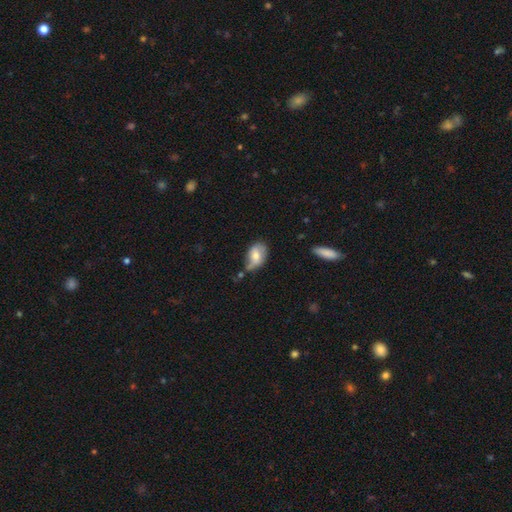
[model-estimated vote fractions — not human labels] This appears to be a smooth galaxy with no disk features (62%) that is in between round and cigar-shaped (85%). Merging: none (41%).